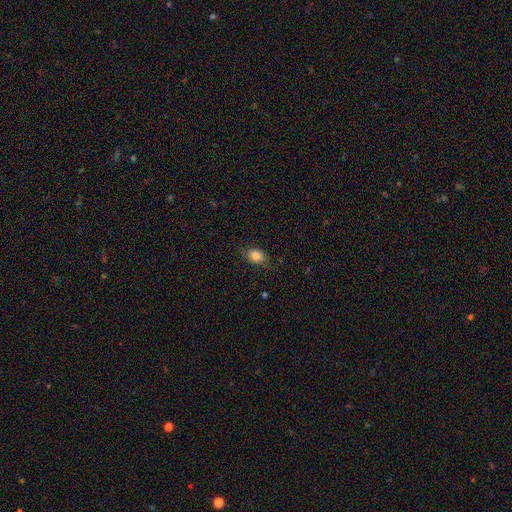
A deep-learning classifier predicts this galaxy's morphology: The model was most divided on "how rounded": in between: 75%, round: 23%, cigar-shaped: 2%. More confident: smooth or featured — smooth (82%); merging — none (75%).